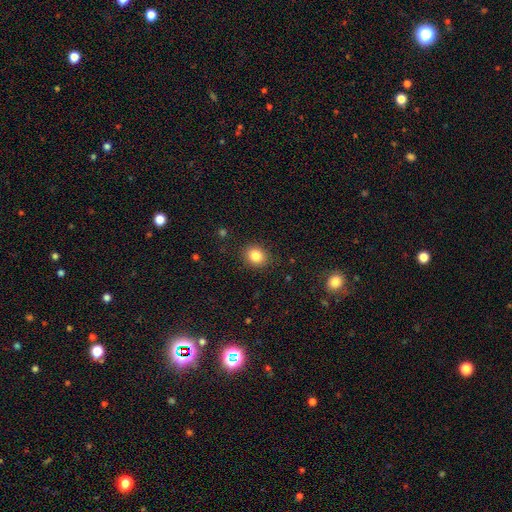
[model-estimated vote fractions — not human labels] smooth-or-featured: smooth: 83% | star or artifact: 11% | featured or disk: 6%
  how-rounded: round: 71% | in between: 28% | cigar-shaped: 1%
  merging: none: 88% | minor disturbance: 9% | major disturbance: 2% | merger: 1%